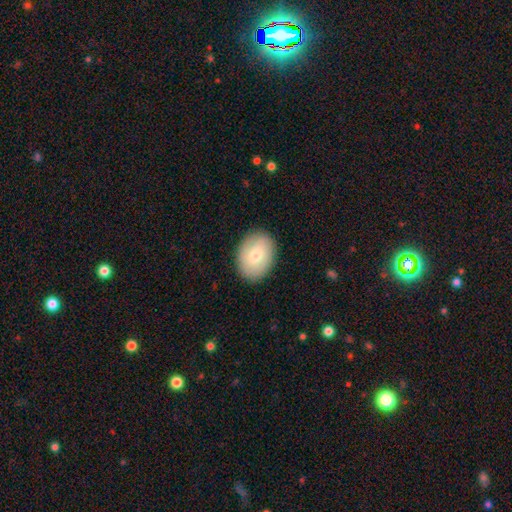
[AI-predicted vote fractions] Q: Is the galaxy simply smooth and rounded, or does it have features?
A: smooth — 75%.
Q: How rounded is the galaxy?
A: in between — 73%.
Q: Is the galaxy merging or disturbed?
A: none — 88%.